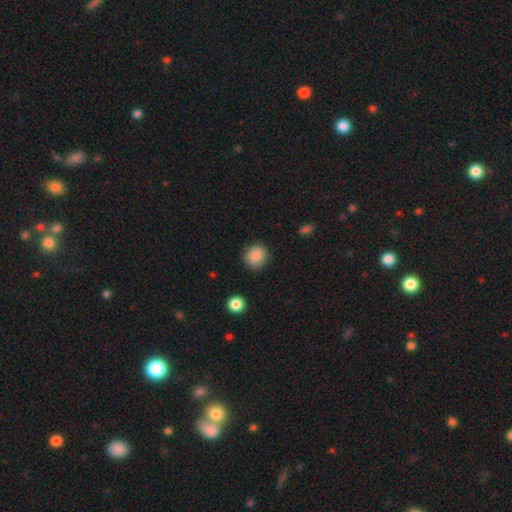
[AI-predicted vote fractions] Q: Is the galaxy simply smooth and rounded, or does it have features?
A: smooth — 86%.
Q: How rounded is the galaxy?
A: round — 91%.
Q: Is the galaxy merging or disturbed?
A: none — 89%.